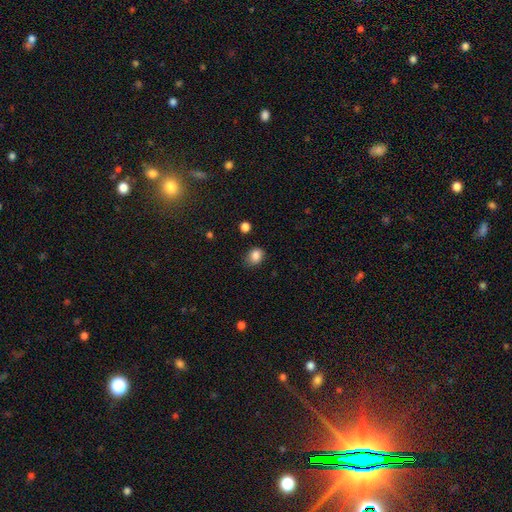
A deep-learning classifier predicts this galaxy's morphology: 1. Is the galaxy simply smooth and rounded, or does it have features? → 84% smooth, 10% star or artifact, 5% featured or disk.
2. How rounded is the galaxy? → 51% round, 48% in between, 1% cigar-shaped.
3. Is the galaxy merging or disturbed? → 74% none, 20% minor disturbance, 4% major disturbance, 2% merger.